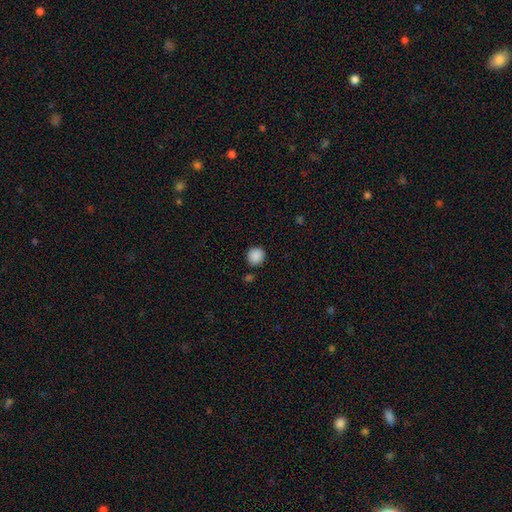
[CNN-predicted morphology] Smooth or featured: smooth — 88% (star or artifact — 9%)
How rounded: round — 91% (in between — 8%)
Merging: none — 85% (minor disturbance — 8%)